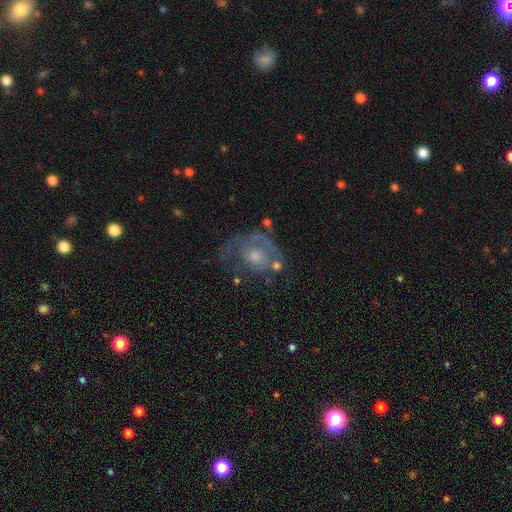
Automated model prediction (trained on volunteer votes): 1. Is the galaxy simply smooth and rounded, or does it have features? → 68% featured or disk, 22% smooth, 10% star or artifact.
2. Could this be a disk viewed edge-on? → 96% no, 4% yes.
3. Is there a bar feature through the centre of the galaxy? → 82% no, 16% weak, 3% strong.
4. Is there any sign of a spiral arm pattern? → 58% yes, 42% no.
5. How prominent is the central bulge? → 51% moderate, 36% small, 6% large, 5% none, 1% dominant.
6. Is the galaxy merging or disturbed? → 47% none, 25% major disturbance, 21% minor disturbance, 6% merger.